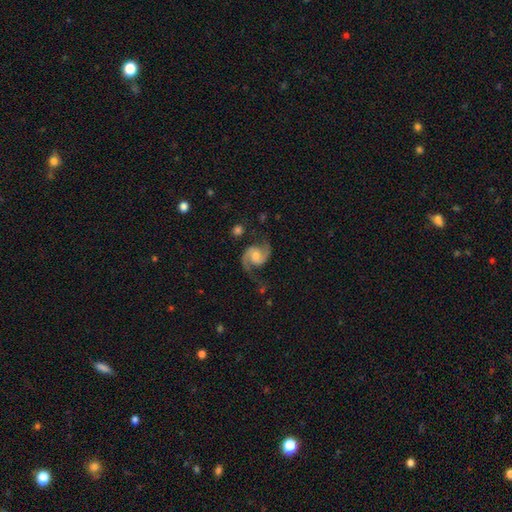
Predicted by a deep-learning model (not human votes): Morphology: type=featured or disk (91%); edge-on=no (98%); bar=no (54%); spiral arms=yes (98%); winding=medium (55%); arm count=2 (94%); bulge=moderate (53%); merging=none (74%).